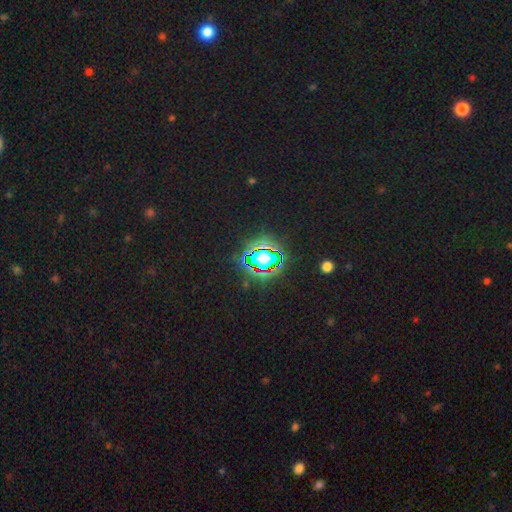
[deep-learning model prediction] star or artifact 82%, smooth 12%, featured or disk 7%.